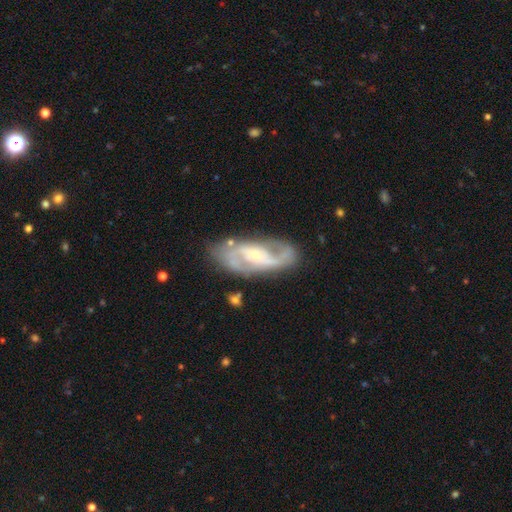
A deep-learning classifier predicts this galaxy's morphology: Smooth or featured? featured or disk (86%)
Edge-on disk? no (94%)
Bar? weak (44%)
Spiral arms? yes (95%)
Spiral winding? medium (50%)
Spiral arm count? 2 (83%)
Bulge size? small (64%)
Merging? none (73%)